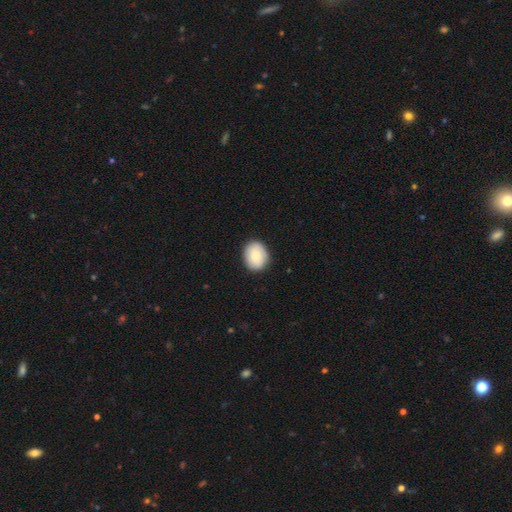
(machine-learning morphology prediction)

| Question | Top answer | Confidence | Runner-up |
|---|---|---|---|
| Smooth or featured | smooth | 86% | featured or disk (7%) |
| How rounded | in between | 52% | round (47%) |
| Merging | none | 88% | minor disturbance (9%) |